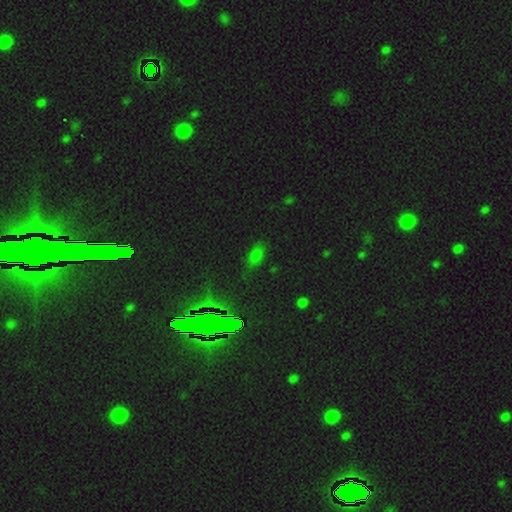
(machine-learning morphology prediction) Smooth or featured: smooth — 51% (star or artifact — 40%)
How rounded: in between — 78% (round — 13%)
Merging: none — 76% (minor disturbance — 15%)